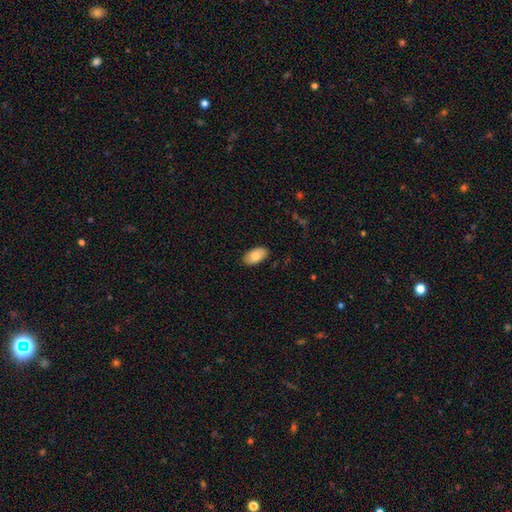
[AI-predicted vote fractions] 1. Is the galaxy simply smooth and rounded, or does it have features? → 84% smooth, 10% featured or disk, 6% star or artifact.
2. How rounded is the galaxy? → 95% in between, 3% round, 2% cigar-shaped.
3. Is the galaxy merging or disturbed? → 88% none, 9% minor disturbance, 2% major disturbance, 1% merger.